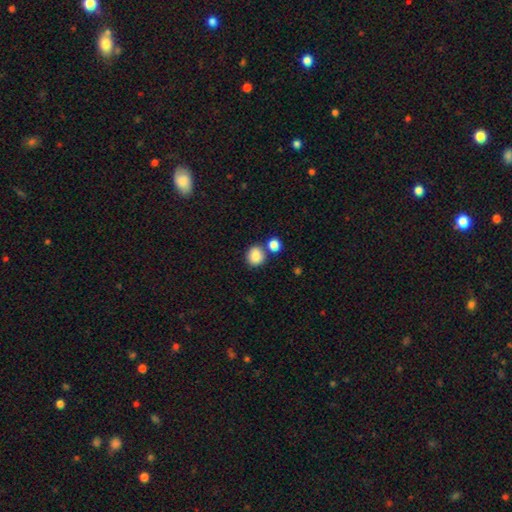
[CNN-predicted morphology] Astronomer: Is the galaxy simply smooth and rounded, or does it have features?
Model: smooth — 86%.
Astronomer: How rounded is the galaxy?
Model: round — 76%.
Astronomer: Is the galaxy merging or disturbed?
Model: none — 65%.